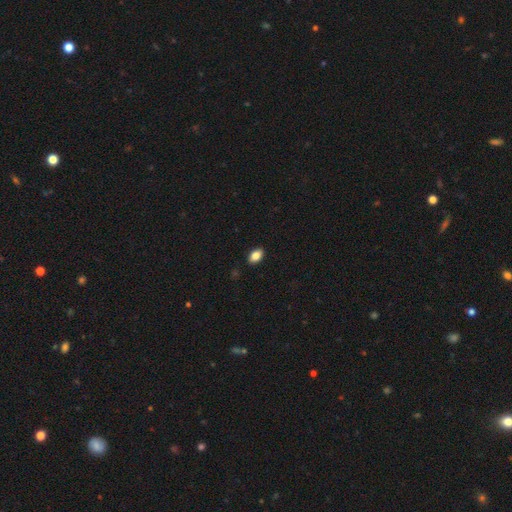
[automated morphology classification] Smooth or featured?
  - smooth: 85% *
  - star or artifact: 8%
  - featured or disk: 7%
How rounded?
  - in between: 89% *
  - round: 9%
  - cigar-shaped: 2%
Merging?
  - none: 89% *
  - minor disturbance: 8%
  - major disturbance: 2%
  - merger: 1%